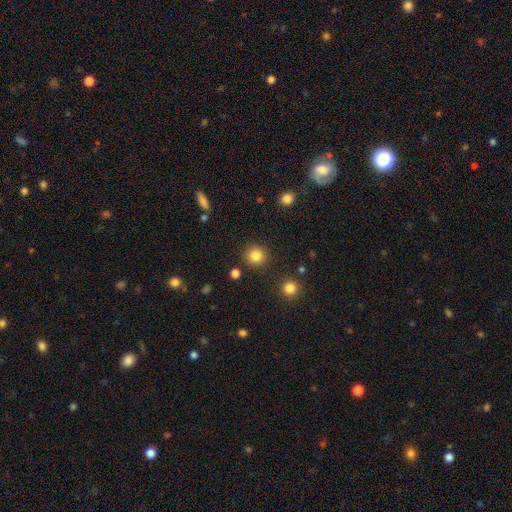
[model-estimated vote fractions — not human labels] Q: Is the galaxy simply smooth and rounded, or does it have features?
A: smooth — 84%.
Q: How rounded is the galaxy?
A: round — 93%.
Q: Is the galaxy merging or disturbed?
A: none — 89%.